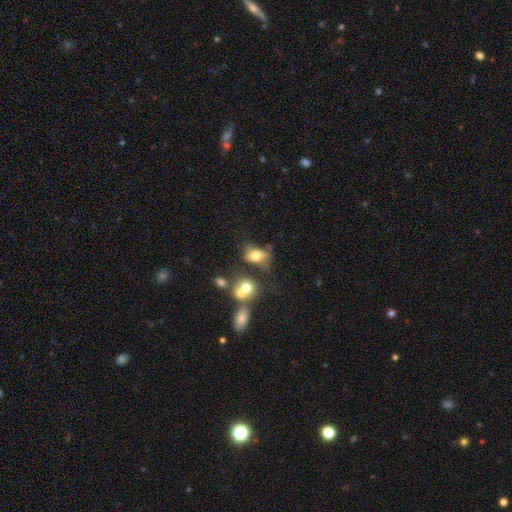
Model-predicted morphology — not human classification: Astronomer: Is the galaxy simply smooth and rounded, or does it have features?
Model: smooth — 69%.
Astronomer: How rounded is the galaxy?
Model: in between — 71%.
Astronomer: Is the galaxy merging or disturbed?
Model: none — 38% (runner-up: merger, 23%).